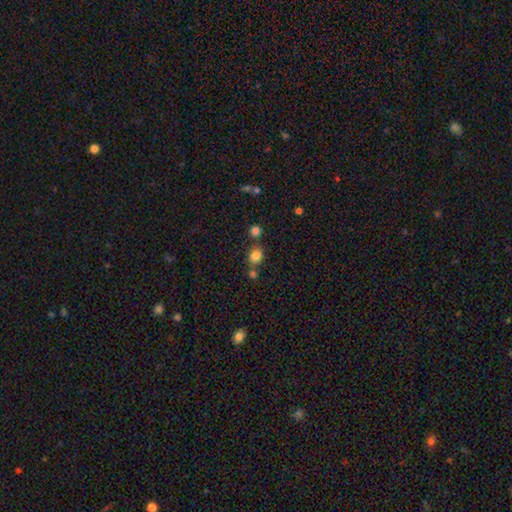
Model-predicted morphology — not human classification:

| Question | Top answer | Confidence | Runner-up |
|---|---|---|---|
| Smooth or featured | smooth | 82% | star or artifact (12%) |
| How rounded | round | 55% | in between (44%) |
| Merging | none | 68% | merger (17%) |